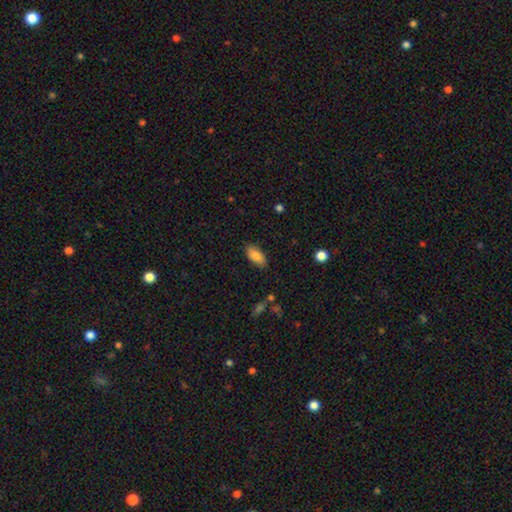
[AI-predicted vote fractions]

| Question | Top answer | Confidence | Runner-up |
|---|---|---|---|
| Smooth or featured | smooth | 83% | featured or disk (10%) |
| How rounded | in between | 88% | cigar-shaped (9%) |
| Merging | none | 83% | minor disturbance (13%) |